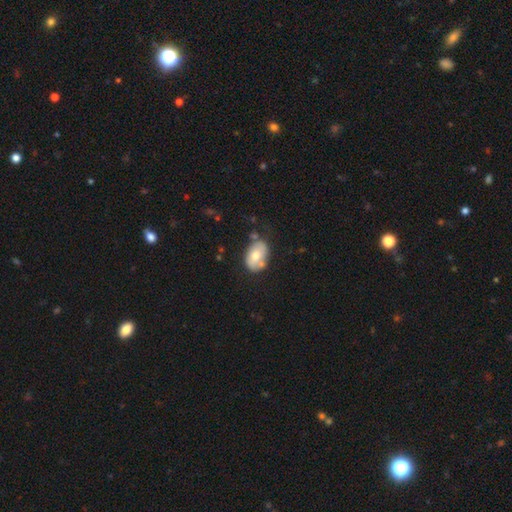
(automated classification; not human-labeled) This is likely a smooth galaxy (64%). How rounded: clearly in between (85%). Merging: likely none (64%).